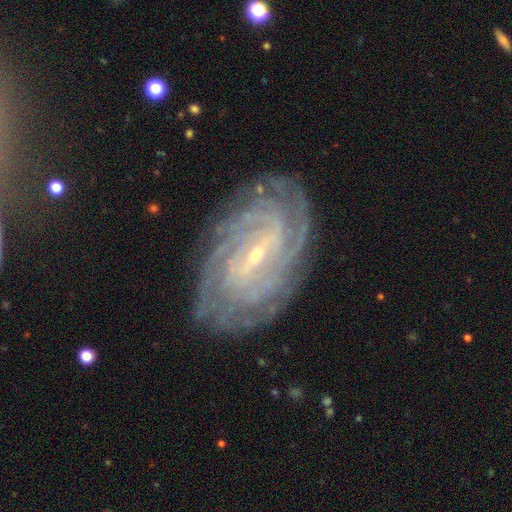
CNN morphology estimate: smooth_or_featured: featured or disk (p=0.90) [alt: star or artifact p=0.05]
disk_edge_on: no (p=0.96) [alt: yes p=0.04]
bar: weak (p=0.44) [alt: strong p=0.38]
has_spiral_arms: yes (p=0.97) [alt: no p=0.03]
spiral_winding: tight (p=0.80) [alt: medium p=0.16]
spiral_arm_count: can't tell (p=0.25) [alt: 4 p=0.24]
bulge_size: small (p=0.81) [alt: moderate p=0.15]
merging: none (p=0.82) [alt: minor disturbance p=0.13]